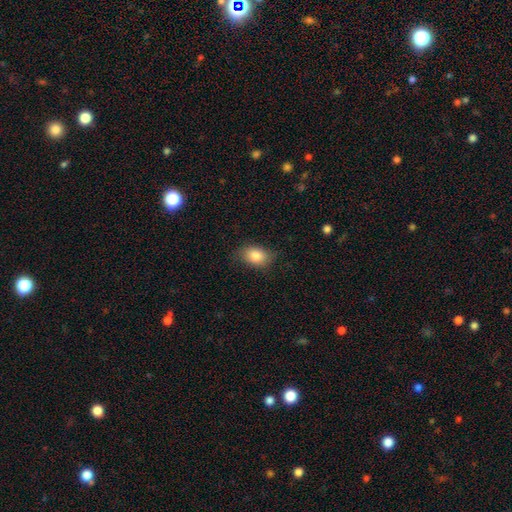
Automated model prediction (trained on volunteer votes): smooth_or_featured: smooth (p=0.84) [alt: star or artifact p=0.08]
how_rounded: in between (p=0.78) [alt: round p=0.21]
merging: none (p=0.79) [alt: minor disturbance p=0.16]